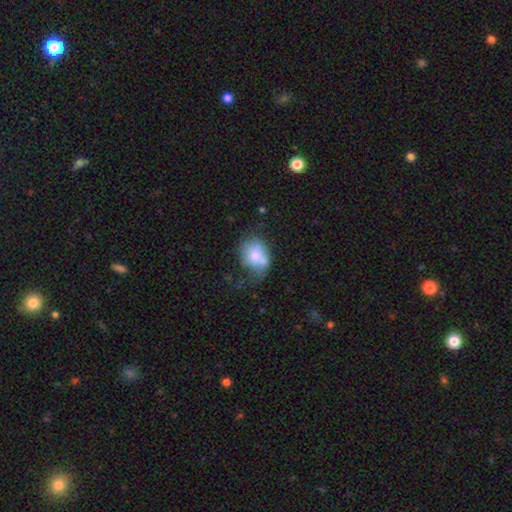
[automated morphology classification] A smooth galaxy with no disk features (66%) that is in between round and cigar-shaped (56%).

Vote fractions:
- Smooth or featured? smooth: 66% / featured or disk: 25% / star or artifact: 9%
- How rounded? in between: 56% / round: 43% / cigar-shaped: 1%
- Merging? none: 30% / minor disturbance: 27% / major disturbance: 22% / merger: 20%